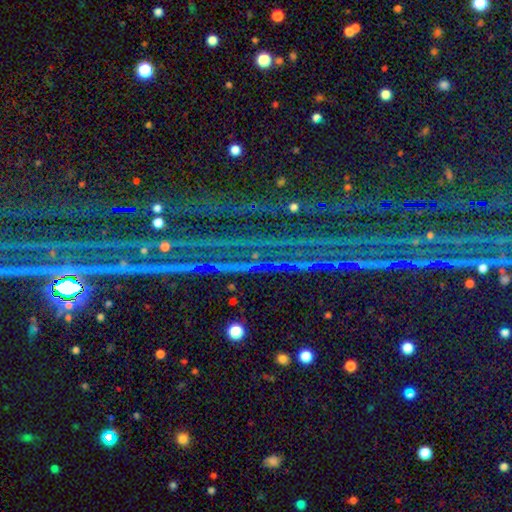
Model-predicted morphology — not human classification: Smooth or featured? star or artifact (86%)